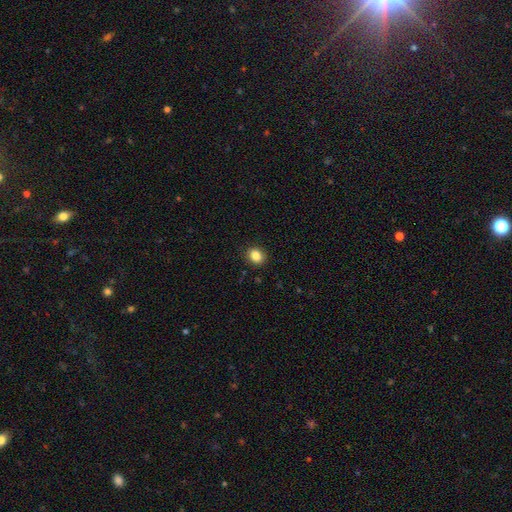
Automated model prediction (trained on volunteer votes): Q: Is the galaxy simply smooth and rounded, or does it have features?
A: smooth — 86%.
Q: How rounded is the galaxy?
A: round — 58%.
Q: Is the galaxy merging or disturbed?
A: none — 90%.